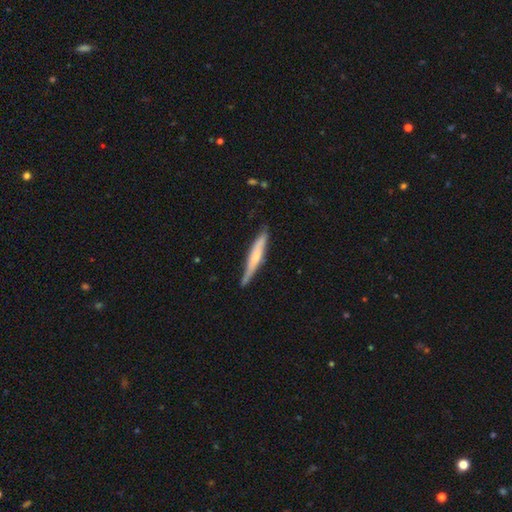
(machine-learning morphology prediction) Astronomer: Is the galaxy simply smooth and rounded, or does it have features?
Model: smooth — 49% (runner-up: featured or disk, 46%).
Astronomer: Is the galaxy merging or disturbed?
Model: none — 73%.